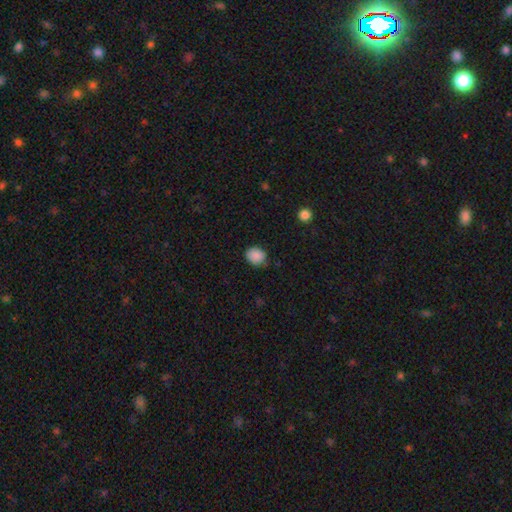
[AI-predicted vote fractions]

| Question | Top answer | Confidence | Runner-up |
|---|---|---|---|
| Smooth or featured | smooth | 88% | star or artifact (9%) |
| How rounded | round | 66% | in between (34%) |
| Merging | none | 81% | minor disturbance (15%) |